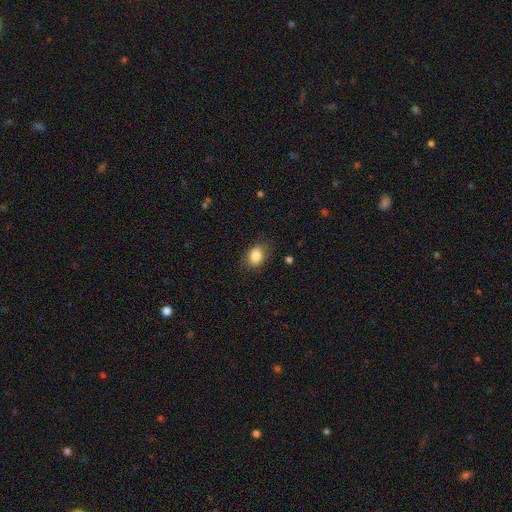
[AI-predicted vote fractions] Smooth or featured: smooth — 85% (star or artifact — 9%)
How rounded: in between — 62% (round — 37%)
Merging: none — 78% (minor disturbance — 16%)